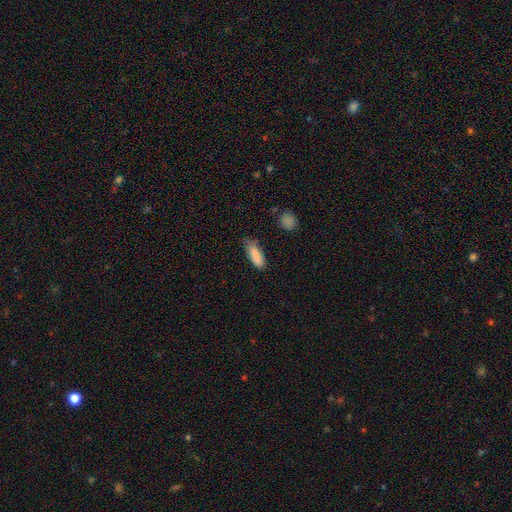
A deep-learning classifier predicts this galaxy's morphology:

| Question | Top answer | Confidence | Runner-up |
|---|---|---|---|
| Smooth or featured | smooth | 87% | star or artifact (7%) |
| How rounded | in between | 71% | cigar-shaped (27%) |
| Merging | none | 57% | minor disturbance (34%) |